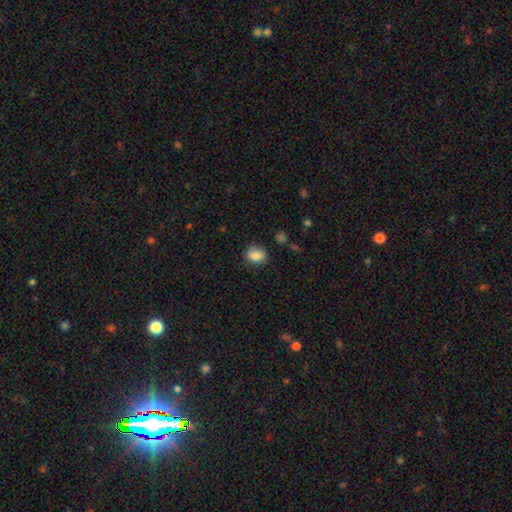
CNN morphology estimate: Overall: smooth (82%). How rounded: round (53%; in between 46%). Merging: none (81%).